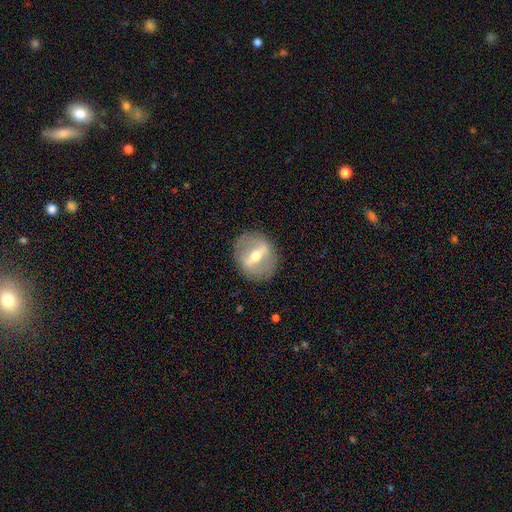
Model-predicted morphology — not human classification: type=featured or disk (72%); edge-on=no (76%); bar=strong (74%); spiral arms=no (81%); bulge=moderate (67%); merging=none (86%).